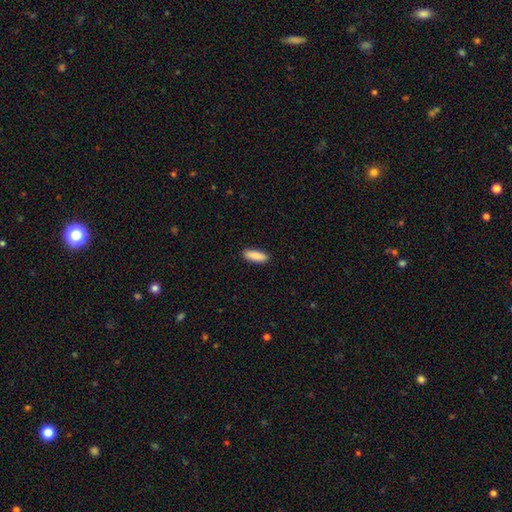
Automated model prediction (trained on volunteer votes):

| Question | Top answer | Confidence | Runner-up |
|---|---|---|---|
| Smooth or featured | smooth | 89% | star or artifact (6%) |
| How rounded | in between | 60% | cigar-shaped (38%) |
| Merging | none | 90% | minor disturbance (7%) |